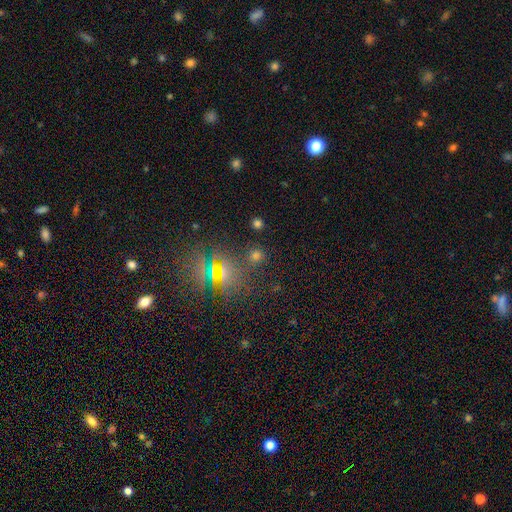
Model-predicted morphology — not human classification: smooth_or_featured: smooth (p=0.55) [alt: star or artifact p=0.37]
how_rounded: round (p=0.86) [alt: in between p=0.12]
merging: none (p=0.78) [alt: minor disturbance p=0.09]